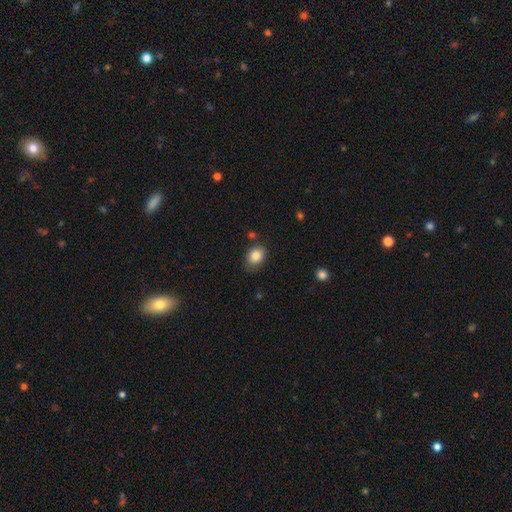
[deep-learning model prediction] This appears to be a smooth galaxy with no disk features (85%) that is in between round and cigar-shaped (62%). Merging: none (72%).